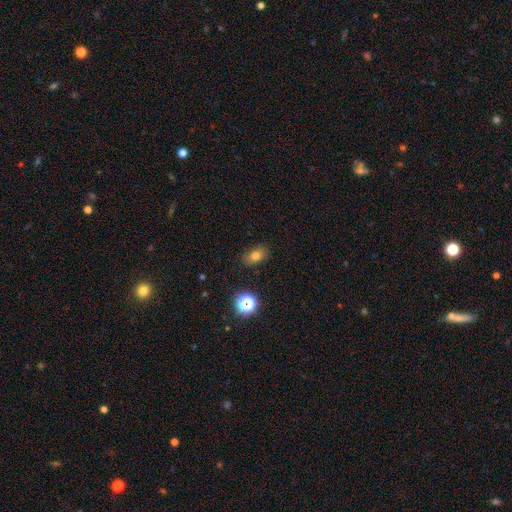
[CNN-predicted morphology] Smooth or featured? smooth (74%)
How rounded? in between (78%)
Merging? none (84%)